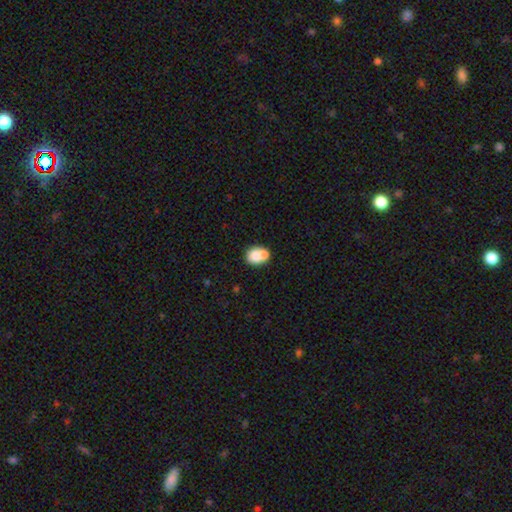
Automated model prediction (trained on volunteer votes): Morphology: type=smooth (74%); roundness=round (61%); merging=merger (51%).